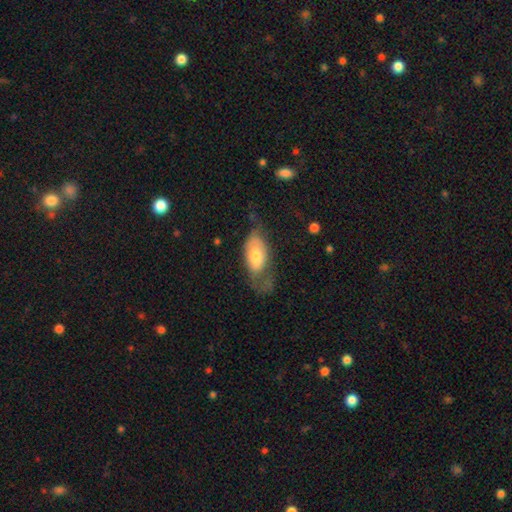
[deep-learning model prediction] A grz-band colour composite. It shows a smooth galaxy with no disk features (61%) that is in between round and cigar-shaped (90%). Merging: major disturbance (39%).